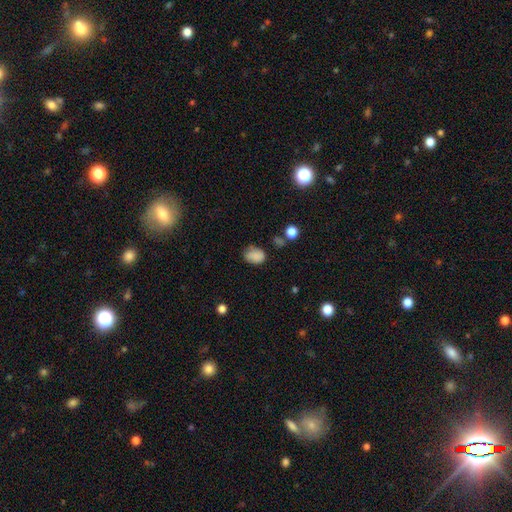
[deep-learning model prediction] A smooth galaxy with no disk features (83%) that is in between round and cigar-shaped (68%).

Vote fractions:
- Smooth or featured? smooth: 83% / star or artifact: 10% / featured or disk: 6%
- How rounded? in between: 68% / round: 31% / cigar-shaped: 1%
- Merging? none: 64% / minor disturbance: 26% / major disturbance: 6% / merger: 4%